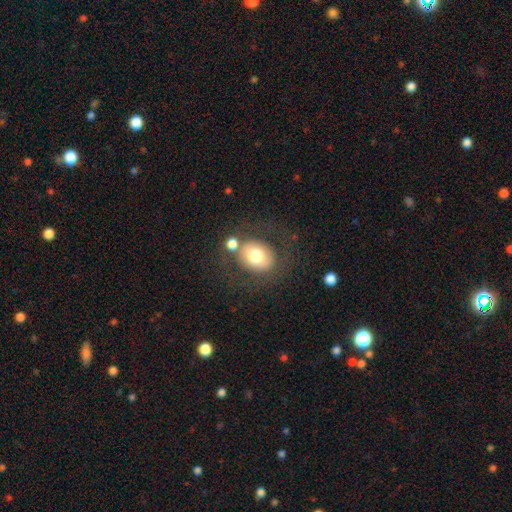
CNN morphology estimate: This is likely a smooth galaxy (70%). How rounded: possibly round (57%). Merging: likely none (65%).